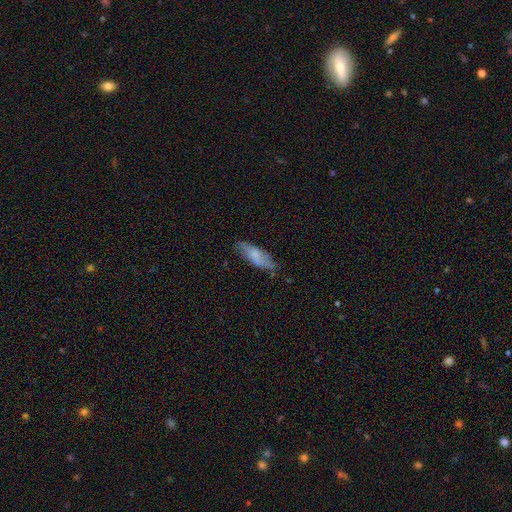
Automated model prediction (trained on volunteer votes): Smooth or featured?
  - smooth: 66% *
  - featured or disk: 28%
  - star or artifact: 7%
How rounded?
  - in between: 57% *
  - cigar-shaped: 41%
  - round: 2%
Merging?
  - none: 71% *
  - minor disturbance: 22%
  - major disturbance: 5%
  - merger: 2%